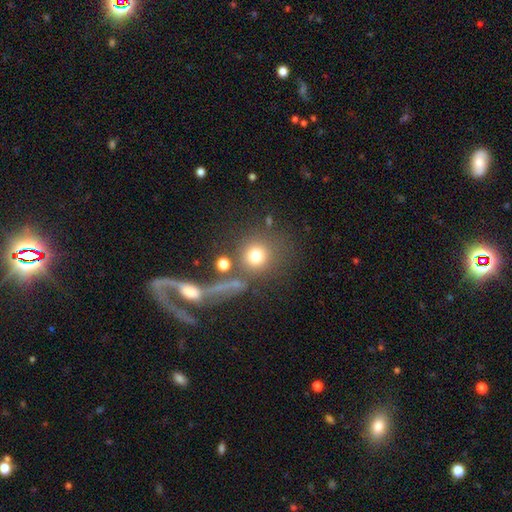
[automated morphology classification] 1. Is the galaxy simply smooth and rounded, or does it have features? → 73% smooth, 14% star or artifact, 12% featured or disk.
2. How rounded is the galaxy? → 88% round, 10% in between, 2% cigar-shaped.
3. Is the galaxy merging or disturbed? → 64% none, 16% merger, 11% minor disturbance, 9% major disturbance.